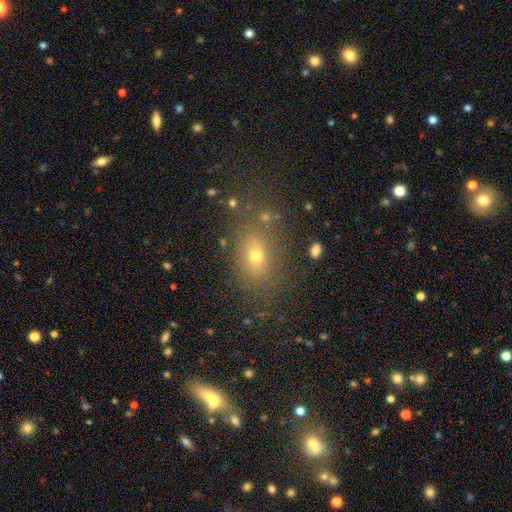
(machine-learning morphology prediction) Smooth or featured? smooth (66%)
How rounded? in between (73%)
Merging? none (73%)